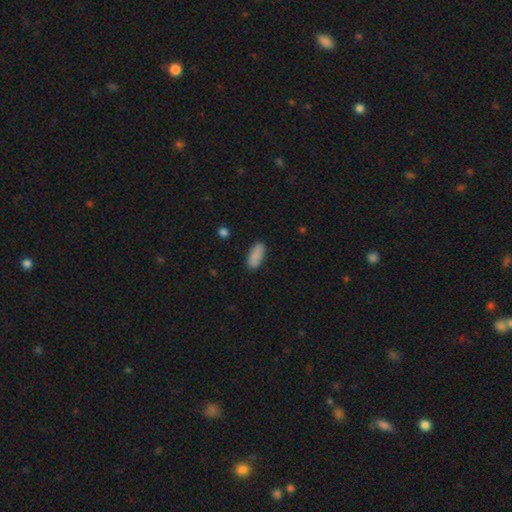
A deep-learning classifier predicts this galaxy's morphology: The model was most divided on "how rounded": in between: 78%, cigar-shaped: 20%, round: 2%. More confident: smooth or featured — smooth (87%); merging — none (84%).